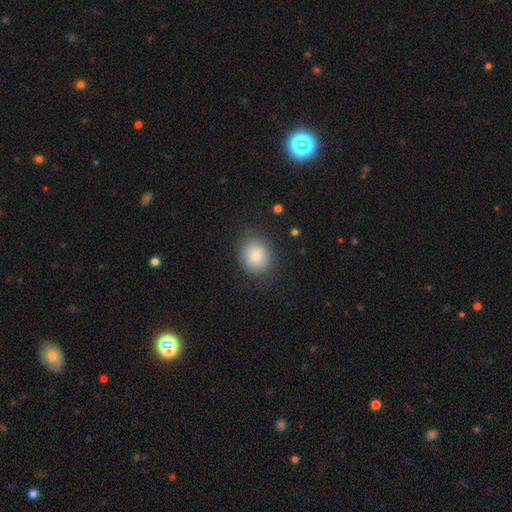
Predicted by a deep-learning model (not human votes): This appears to be a smooth galaxy with no disk features (78%) that is round (67%). Merging: none (82%).